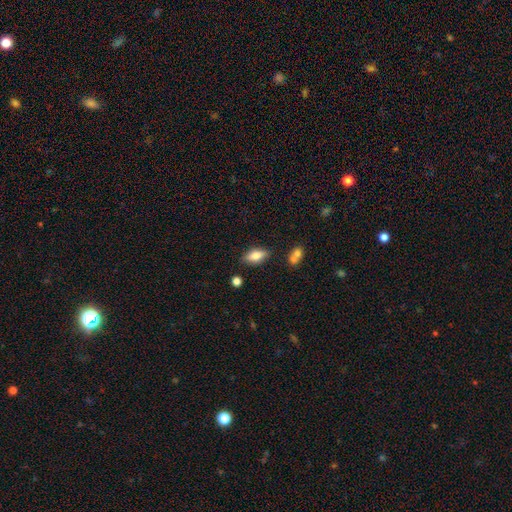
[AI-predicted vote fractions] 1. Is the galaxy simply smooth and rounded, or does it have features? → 77% smooth, 16% featured or disk, 8% star or artifact.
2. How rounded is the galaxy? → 82% in between, 14% cigar-shaped, 4% round.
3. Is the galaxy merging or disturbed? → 80% none, 13% minor disturbance, 4% merger, 3% major disturbance.